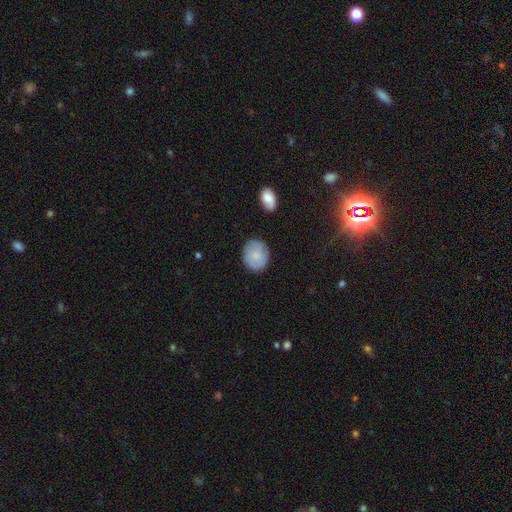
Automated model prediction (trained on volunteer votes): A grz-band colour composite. It shows a smooth galaxy with no disk features (79%) that is round (67%). Merging: none (83%).